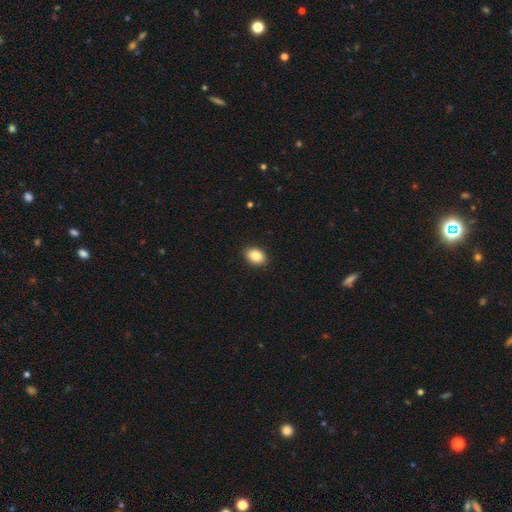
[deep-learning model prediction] A smooth galaxy with no disk features (87%) that is in between round and cigar-shaped (77%). Merging: none (90%).